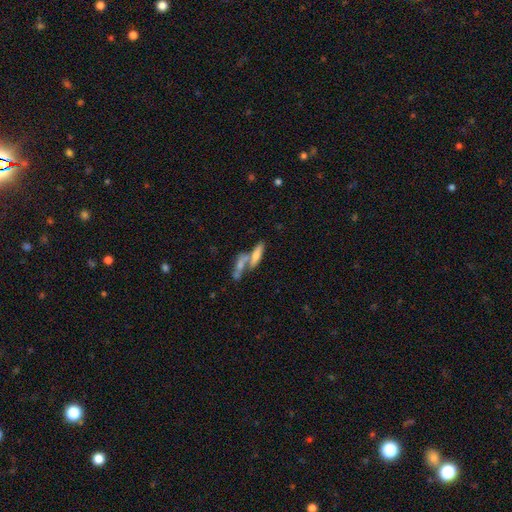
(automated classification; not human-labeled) Q: Smooth or featured?
A: smooth (56%); runner-up: featured or disk (34%)
Q: How rounded?
A: cigar-shaped (59%); runner-up: in between (37%)
Q: Merging?
A: merger (53%); runner-up: none (32%)